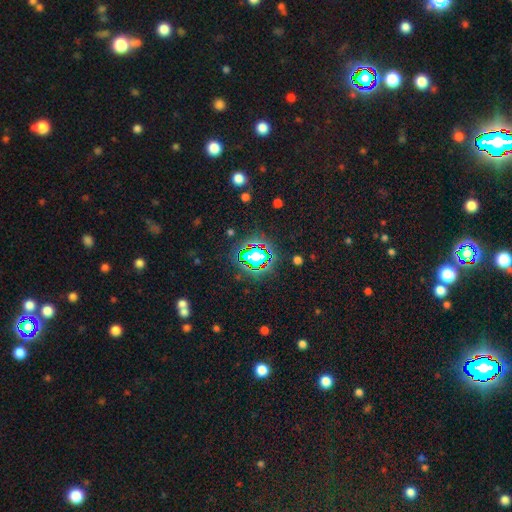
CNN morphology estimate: smooth_or_featured: star or artifact (p=0.62) [alt: smooth p=0.27]